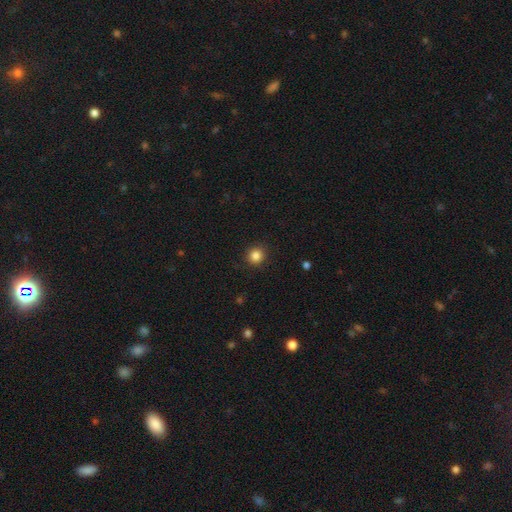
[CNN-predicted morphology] Overall: smooth (85%). How rounded: round (91%). Merging: none (91%).